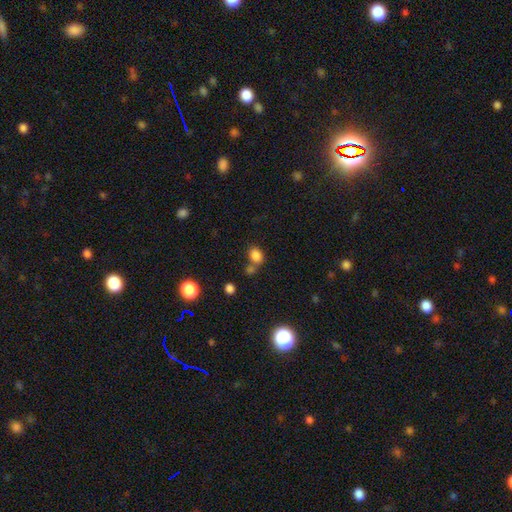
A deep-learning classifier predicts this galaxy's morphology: Smooth or featured? Predicted: smooth (p=0.81). How rounded? Predicted: in between (p=0.66). Merging? Predicted: none (p=0.50).